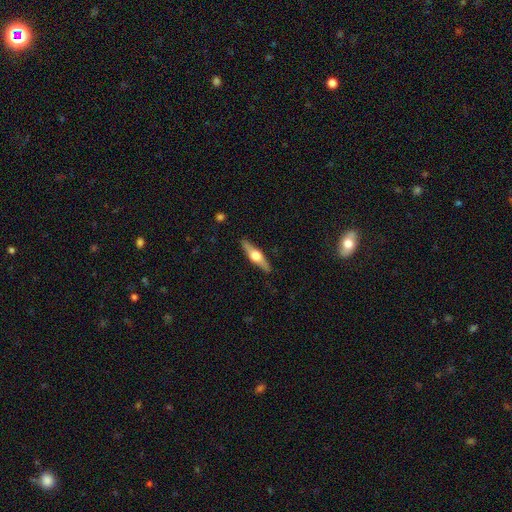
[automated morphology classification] Q: Smooth or featured?
A: featured or disk (65%); runner-up: smooth (29%)
Q: Edge-on disk?
A: yes (96%); runner-up: no (4%)
Q: Edge-on bulge?
A: rounded (95%); runner-up: boxy (3%)
Q: Merging?
A: none (89%); runner-up: minor disturbance (8%)